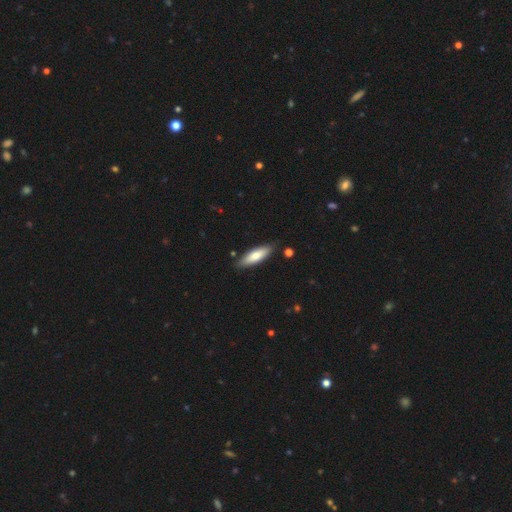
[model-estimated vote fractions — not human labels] Smooth or featured: smooth — 75% (featured or disk — 20%)
How rounded: cigar-shaped — 52% (in between — 46%)
Merging: none — 85% (minor disturbance — 11%)